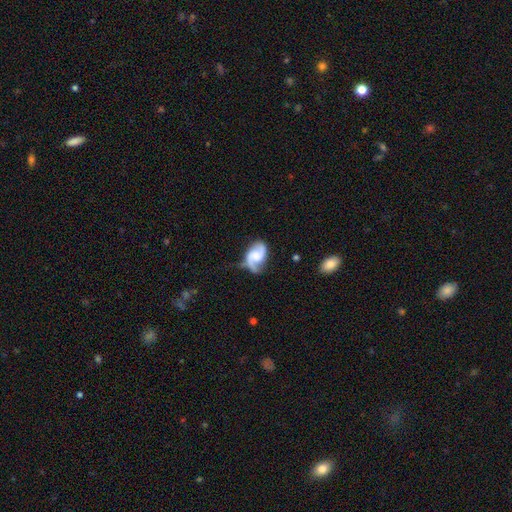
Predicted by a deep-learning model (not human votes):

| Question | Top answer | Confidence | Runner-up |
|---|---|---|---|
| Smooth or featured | featured or disk | 79% | smooth (15%) |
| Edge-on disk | no | 98% | yes (2%) |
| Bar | no | 53% | weak (37%) |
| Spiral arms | yes | 96% | no (4%) |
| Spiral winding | medium | 47% | loose (34%) |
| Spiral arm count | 2 | 87% | 1 (6%) |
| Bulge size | none | 34% | small (25%) |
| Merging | none | 58% | minor disturbance (26%) |